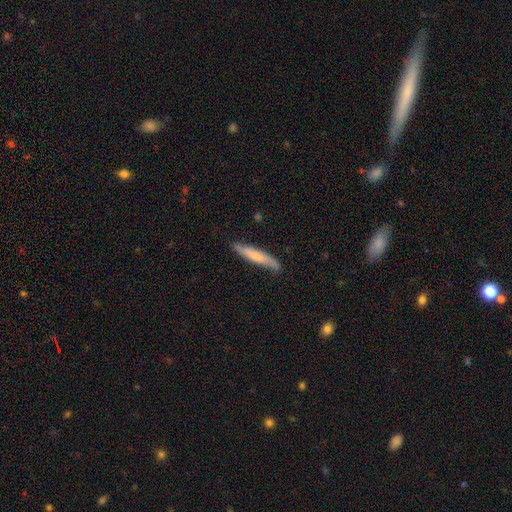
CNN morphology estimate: smooth_or_featured: smooth (p=0.62) [alt: featured or disk p=0.33]
how_rounded: cigar-shaped (p=0.91) [alt: in between p=0.07]
merging: none (p=0.80) [alt: minor disturbance p=0.16]